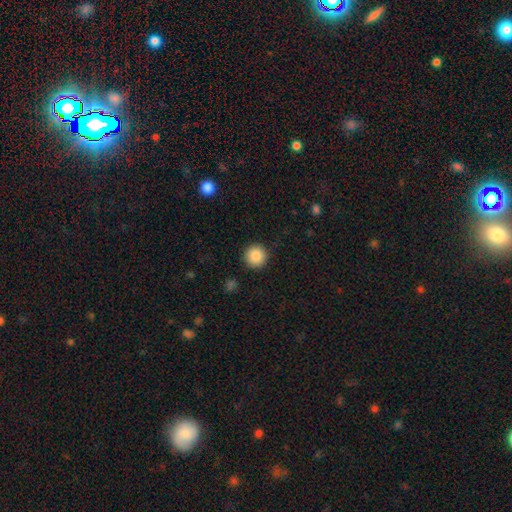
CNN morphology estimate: smooth 87%, star or artifact 9%, featured or disk 4%. Down the decision tree: how rounded — round (95%); merging — none (92%).